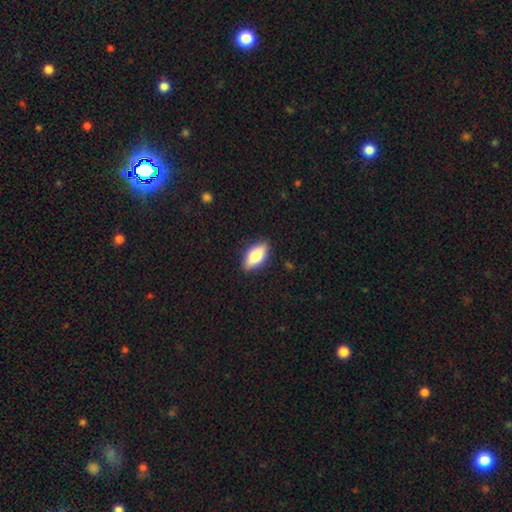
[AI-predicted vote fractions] smooth 68%, featured or disk 25%, star or artifact 7%. Down the decision tree: how rounded — in between (82%); merging — none (88%).